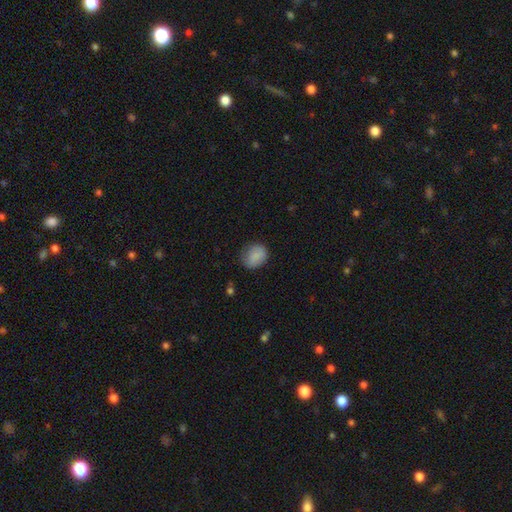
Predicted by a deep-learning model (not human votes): smooth-or-featured: smooth: 84% | featured or disk: 8% | star or artifact: 8%
  how-rounded: round: 61% | in between: 38% | cigar-shaped: 1%
  merging: none: 69% | minor disturbance: 23% | major disturbance: 7% | merger: 1%